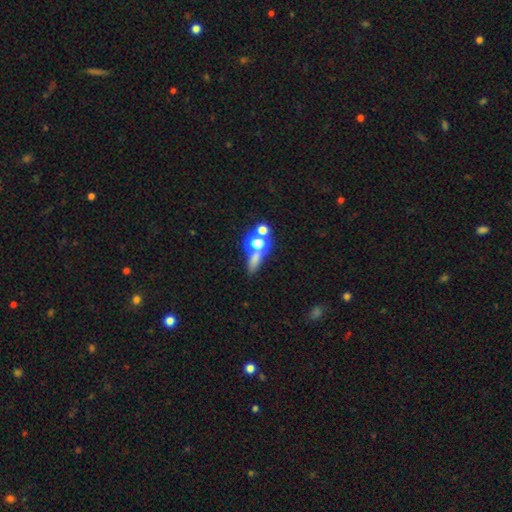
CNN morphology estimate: type=smooth (51%); roundness=round (49%); merging=none (49%).